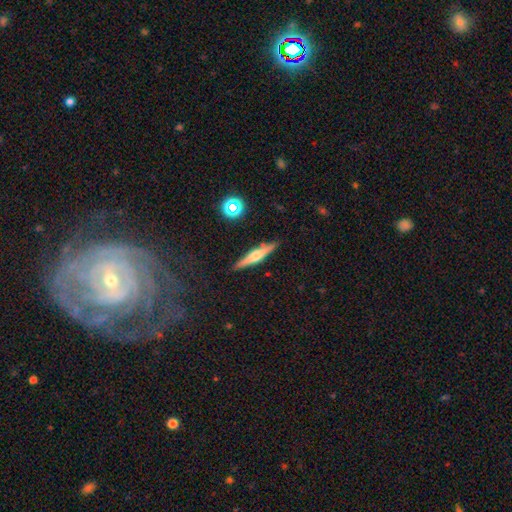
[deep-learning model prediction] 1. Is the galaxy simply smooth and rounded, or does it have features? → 62% featured or disk, 30% smooth, 8% star or artifact.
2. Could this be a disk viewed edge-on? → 97% yes, 3% no.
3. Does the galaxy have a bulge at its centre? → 86% rounded, 7% boxy, 7% none.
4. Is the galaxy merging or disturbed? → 89% none, 7% minor disturbance, 2% major disturbance, 2% merger.